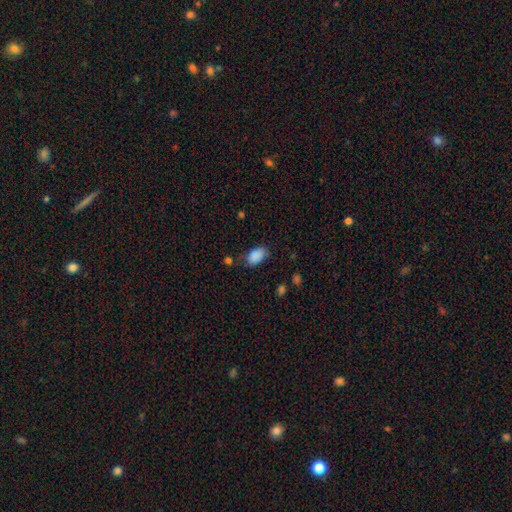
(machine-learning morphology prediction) Q: Smooth or featured?
A: smooth (88%); runner-up: star or artifact (8%)
Q: How rounded?
A: in between (92%); runner-up: round (7%)
Q: Merging?
A: none (68%); runner-up: minor disturbance (23%)